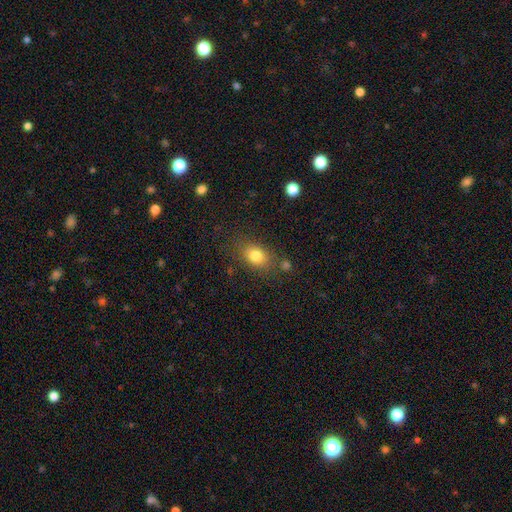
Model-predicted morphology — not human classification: Smooth or featured?
  - smooth: 80% *
  - star or artifact: 10%
  - featured or disk: 9%
How rounded?
  - in between: 69% *
  - round: 29%
  - cigar-shaped: 2%
Merging?
  - none: 75% *
  - minor disturbance: 15%
  - merger: 6%
  - major disturbance: 5%